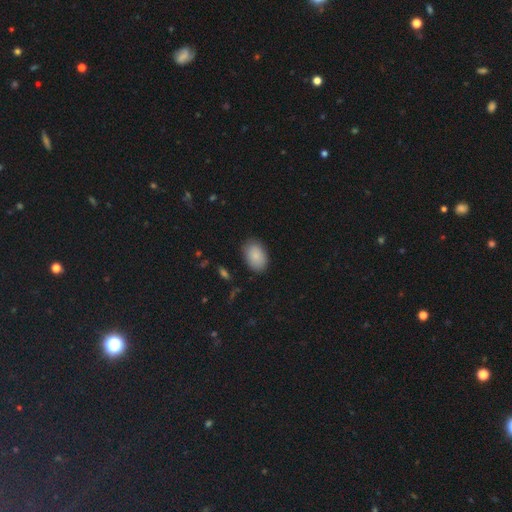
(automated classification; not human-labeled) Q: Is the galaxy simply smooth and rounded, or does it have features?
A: smooth — 87%.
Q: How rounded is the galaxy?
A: in between — 88%.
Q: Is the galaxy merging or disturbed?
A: none — 85%.